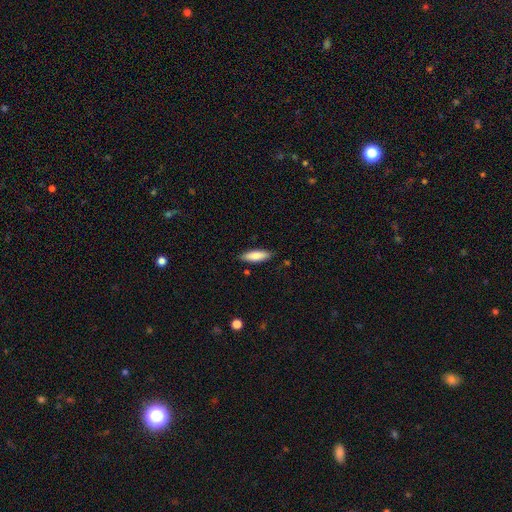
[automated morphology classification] Smooth or featured?
  - smooth: 82% *
  - featured or disk: 13%
  - star or artifact: 6%
How rounded?
  - in between: 52% *
  - cigar-shaped: 46%
  - round: 2%
Merging?
  - none: 85% *
  - minor disturbance: 11%
  - major disturbance: 2%
  - merger: 2%